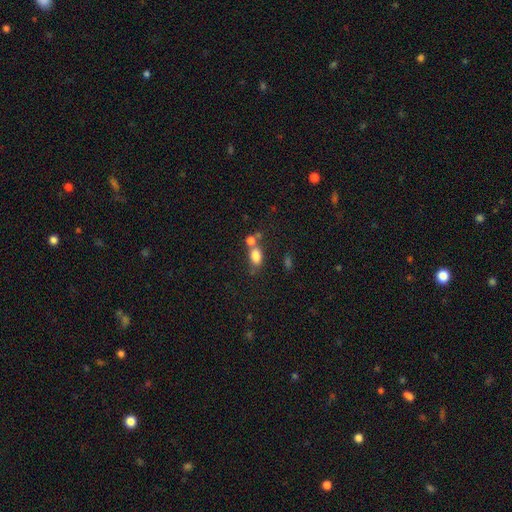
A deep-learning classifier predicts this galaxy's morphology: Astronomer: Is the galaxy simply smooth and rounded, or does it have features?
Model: smooth — 80%.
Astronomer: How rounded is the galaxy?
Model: in between — 74%.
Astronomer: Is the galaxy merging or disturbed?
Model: none — 43% (runner-up: merger, 40%).